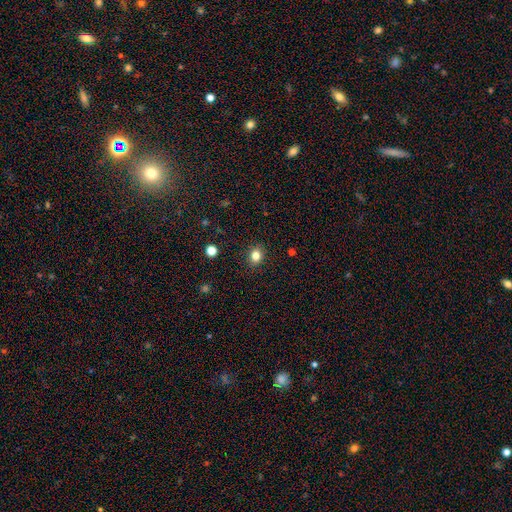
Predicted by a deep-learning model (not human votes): smooth_or_featured: smooth (p=0.82) [alt: star or artifact p=0.12]
how_rounded: round (p=0.62) [alt: in between p=0.37]
merging: none (p=0.89) [alt: minor disturbance p=0.08]